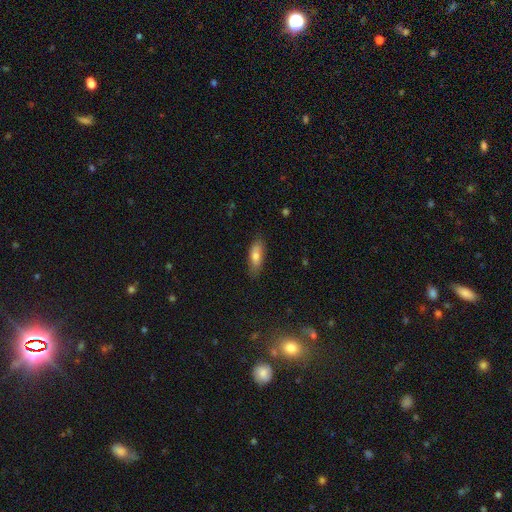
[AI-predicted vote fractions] Smooth or featured?
  - smooth: 74% *
  - featured or disk: 19%
  - star or artifact: 7%
How rounded?
  - in between: 69% *
  - cigar-shaped: 29%
  - round: 2%
Merging?
  - none: 82% *
  - minor disturbance: 14%
  - major disturbance: 3%
  - merger: 1%